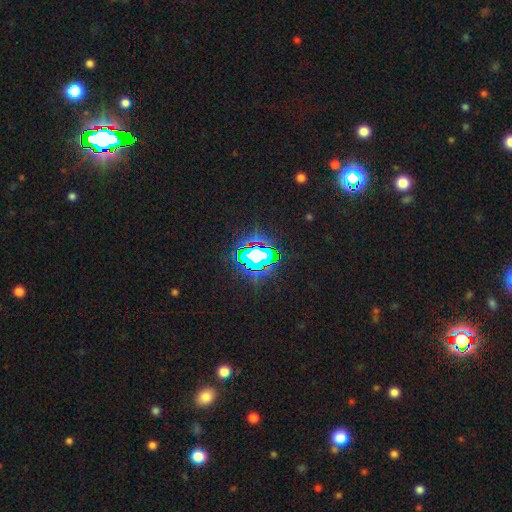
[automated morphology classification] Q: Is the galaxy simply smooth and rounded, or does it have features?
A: star or artifact — 69%.